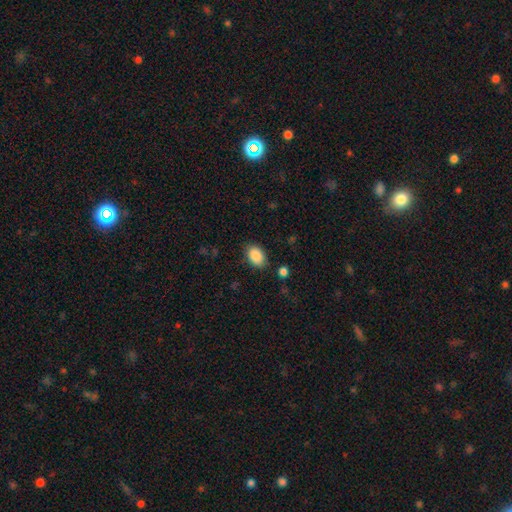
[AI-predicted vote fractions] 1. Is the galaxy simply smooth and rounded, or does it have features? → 89% smooth, 7% star or artifact, 4% featured or disk.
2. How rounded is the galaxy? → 87% in between, 12% round, 1% cigar-shaped.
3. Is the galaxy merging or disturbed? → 83% none, 12% minor disturbance, 3% major disturbance, 2% merger.